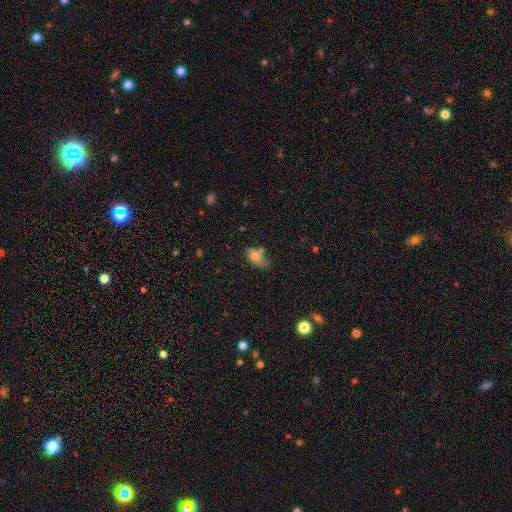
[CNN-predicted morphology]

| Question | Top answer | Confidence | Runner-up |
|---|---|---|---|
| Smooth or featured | smooth | 81% | featured or disk (10%) |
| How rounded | in between | 88% | round (8%) |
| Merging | none | 49% | minor disturbance (32%) |